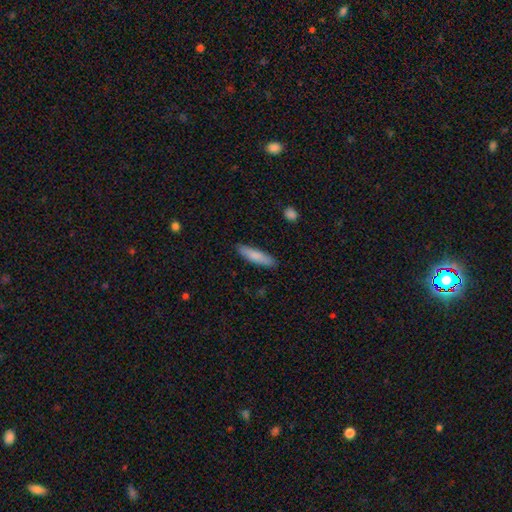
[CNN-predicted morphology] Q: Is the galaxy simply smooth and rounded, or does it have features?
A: smooth — 80%.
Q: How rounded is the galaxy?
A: cigar-shaped — 78%.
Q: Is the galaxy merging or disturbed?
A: none — 88%.